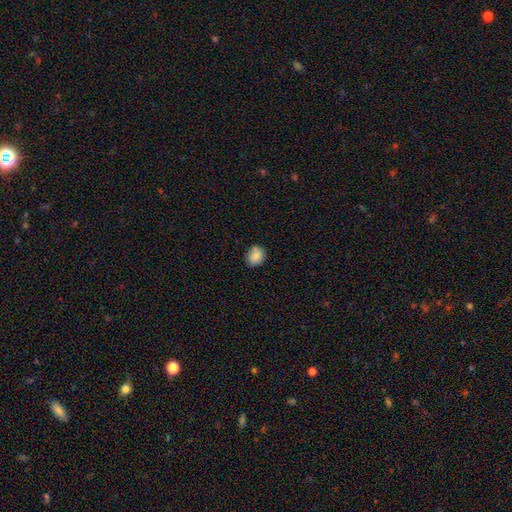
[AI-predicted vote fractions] smooth 86%, star or artifact 8%, featured or disk 5%. Down the decision tree: how rounded — round (56%); merging — none (78%).